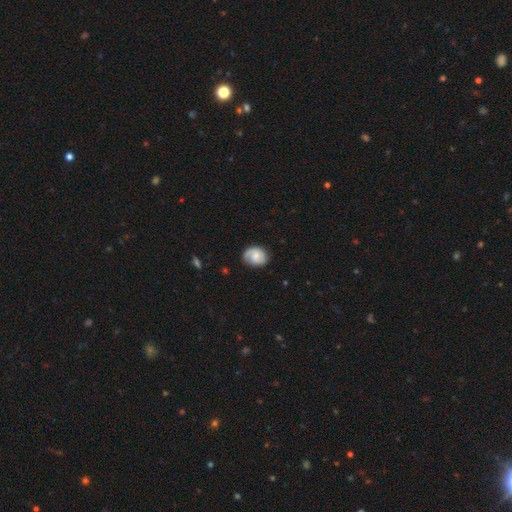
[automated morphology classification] The model was most divided on "smooth or featured": smooth: 48%, featured or disk: 45%, star or artifact: 7%. More confident: merging — none (74%).